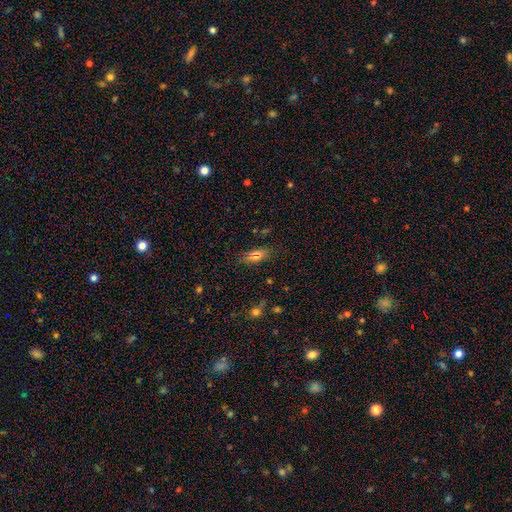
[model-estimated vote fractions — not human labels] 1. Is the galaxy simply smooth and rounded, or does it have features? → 72% smooth, 15% featured or disk, 13% star or artifact.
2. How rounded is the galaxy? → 80% in between, 16% cigar-shaped, 5% round.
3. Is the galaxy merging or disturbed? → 78% none, 15% minor disturbance, 4% major disturbance, 3% merger.